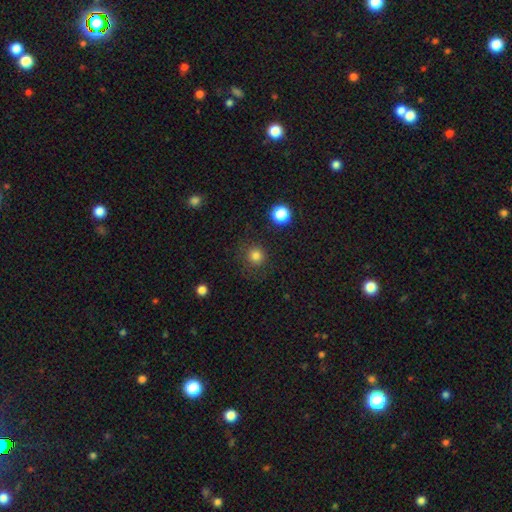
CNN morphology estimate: Overall: smooth (81%). How rounded: round (94%). Merging: none (85%).